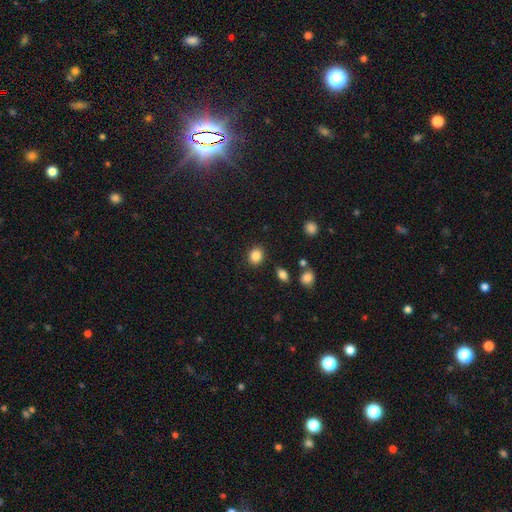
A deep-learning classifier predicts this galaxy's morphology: Smooth or featured: smooth — 85% (star or artifact — 10%)
How rounded: round — 69% (in between — 30%)
Merging: none — 88% (minor disturbance — 7%)